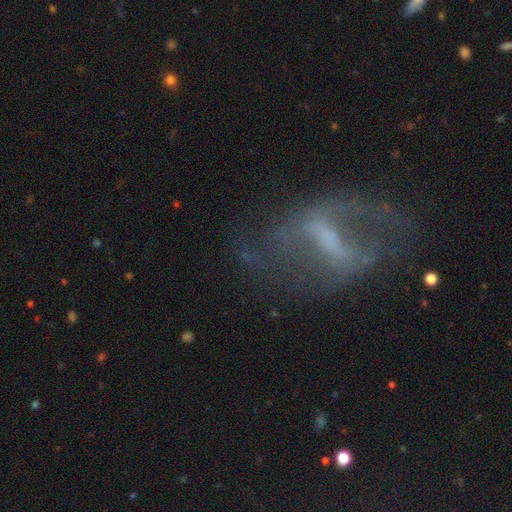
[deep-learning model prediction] smooth-or-featured: featured or disk: 70% | smooth: 17% | star or artifact: 14%
  disk-edge-on: no: 90% | yes: 10%
    bar: strong: 53% | weak: 31% | no: 16%
    has-spiral-arms: yes: 56% | no: 44%
    bulge-size: none: 42% | small: 26% | moderate: 23% | large: 7% | dominant: 2%
  merging: none: 50% | major disturbance: 29% | minor disturbance: 18% | merger: 4%